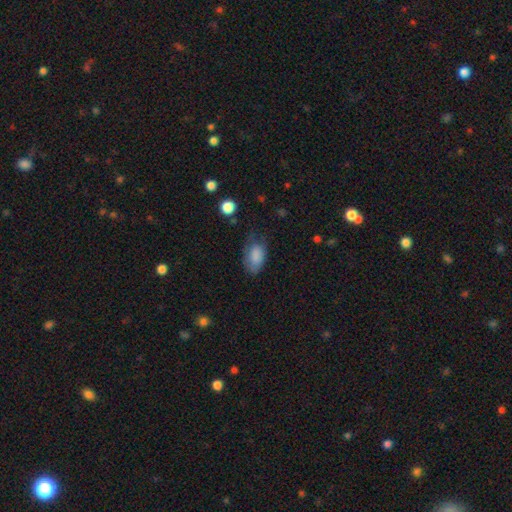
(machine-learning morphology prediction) smooth_or_featured: smooth (p=0.82) [alt: featured or disk p=0.11]
how_rounded: in between (p=0.92) [alt: round p=0.06]
merging: none (p=0.52) [alt: minor disturbance p=0.31]